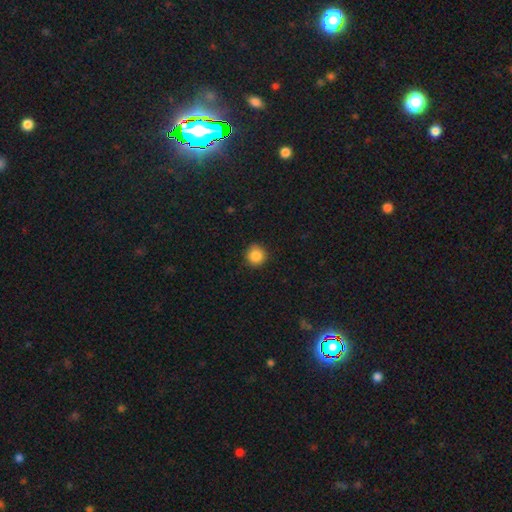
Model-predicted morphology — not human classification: smooth 86%, star or artifact 10%, featured or disk 4%. Down the decision tree: how rounded — round (94%); merging — none (89%).